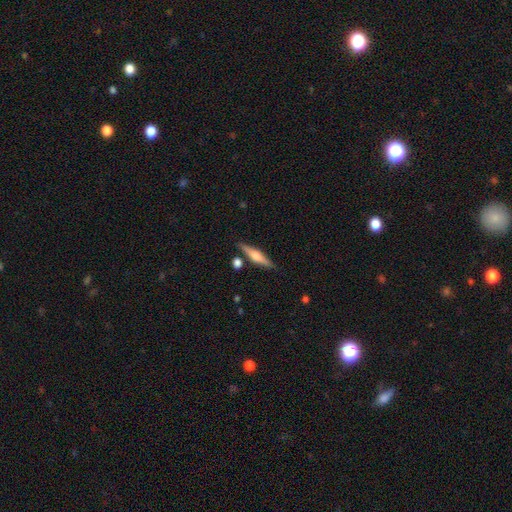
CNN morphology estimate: smooth_or_featured: featured or disk (p=0.58) [alt: smooth p=0.35]
disk_edge_on: yes (p=0.96) [alt: no p=0.04]
edge_on_bulge: rounded (p=0.86) [alt: boxy p=0.09]
merging: none (p=0.84) [alt: minor disturbance p=0.09]